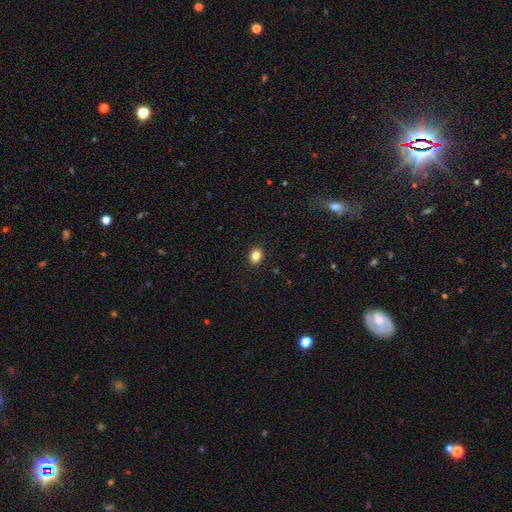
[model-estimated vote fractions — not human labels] Smooth or featured?
  - smooth: 84% *
  - star or artifact: 10%
  - featured or disk: 5%
How rounded?
  - round: 50% *
  - in between: 49%
  - cigar-shaped: 1%
Merging?
  - none: 91% *
  - minor disturbance: 6%
  - major disturbance: 2%
  - merger: 1%